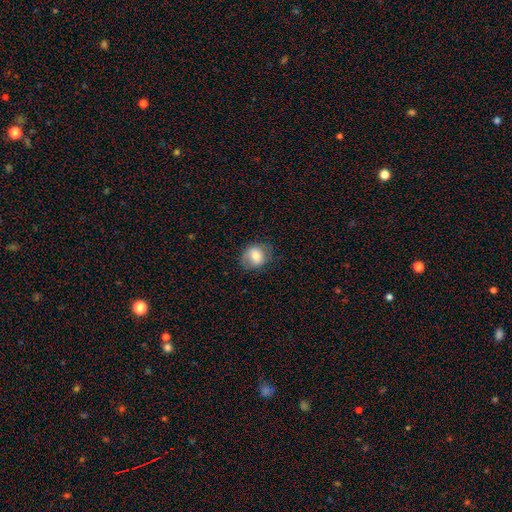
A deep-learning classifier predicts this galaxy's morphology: smooth-or-featured: smooth: 75% | featured or disk: 17% | star or artifact: 9%
  how-rounded: round: 65% | in between: 34% | cigar-shaped: 1%
  merging: none: 75% | minor disturbance: 18% | major disturbance: 6% | merger: 1%